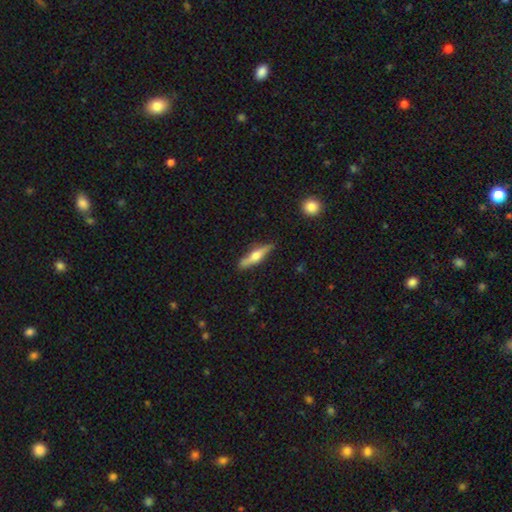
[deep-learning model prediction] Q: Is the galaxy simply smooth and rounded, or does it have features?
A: featured or disk — 55%.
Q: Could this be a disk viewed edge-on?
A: yes — 94%.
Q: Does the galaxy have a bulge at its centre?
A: rounded — 89%.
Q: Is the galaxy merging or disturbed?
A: none — 84%.